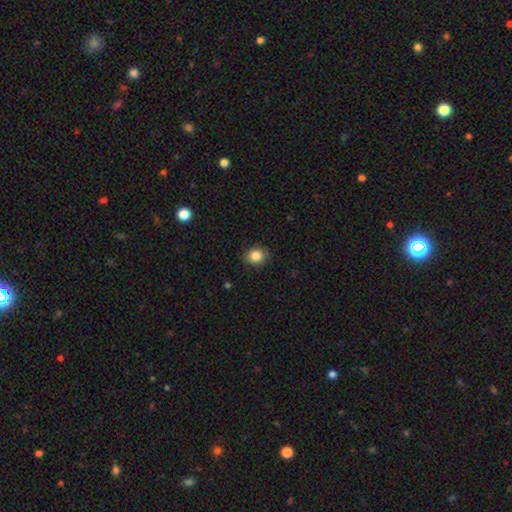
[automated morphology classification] Smooth or featured? Predicted: smooth (p=0.85). How rounded? Predicted: round (p=0.69). Merging? Predicted: none (p=0.87).